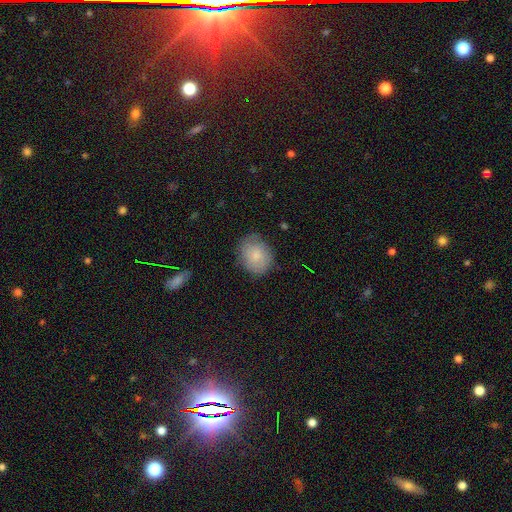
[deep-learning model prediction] smooth-or-featured: smooth: 77% | featured or disk: 16% | star or artifact: 7%
  how-rounded: round: 60% | in between: 39% | cigar-shaped: 1%
  merging: none: 73% | minor disturbance: 21% | major disturbance: 5% | merger: 1%